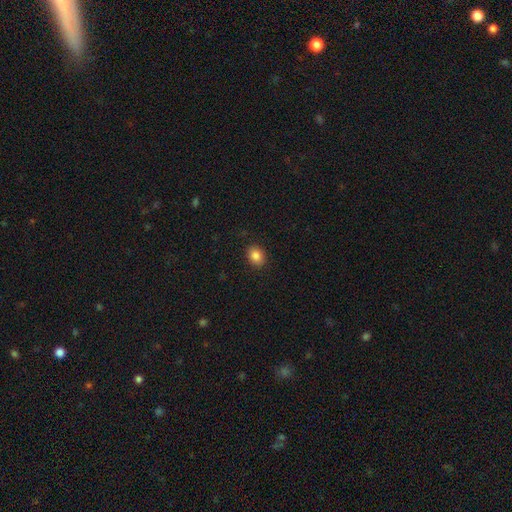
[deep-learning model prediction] Smooth or featured? smooth (86%)
How rounded? in between (54%)
Merging? none (89%)